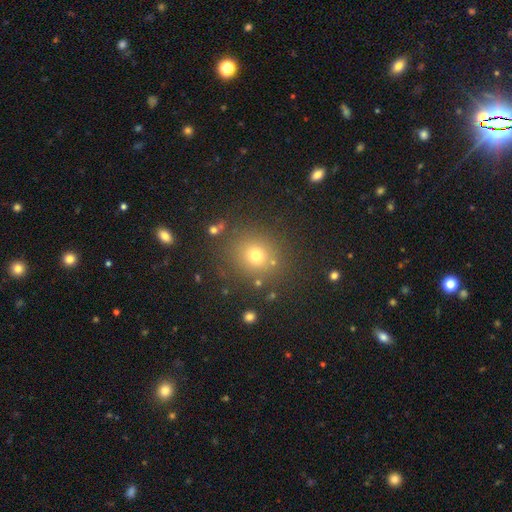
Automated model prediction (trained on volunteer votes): A smooth galaxy with no disk features (69%) that is round (85%).

Vote fractions:
- Smooth or featured? smooth: 69% / star or artifact: 22% / featured or disk: 9%
- How rounded? round: 85% / in between: 14% / cigar-shaped: 1%
- Merging? none: 85% / minor disturbance: 8% / merger: 4% / major disturbance: 3%